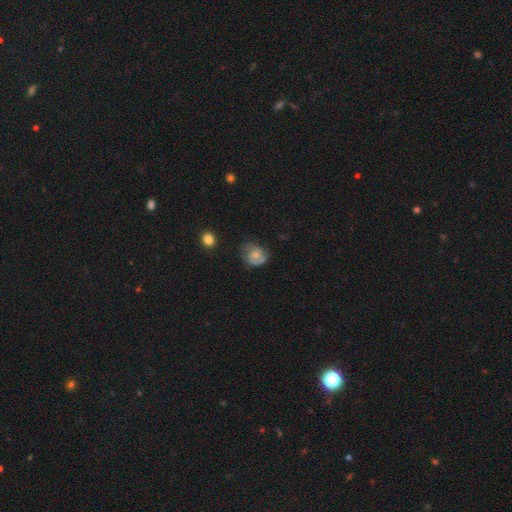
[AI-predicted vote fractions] smooth-or-featured: featured or disk: 55% | smooth: 37% | star or artifact: 8%
  disk-edge-on: no: 98% | yes: 2%
    bar: no: 68% | weak: 28% | strong: 4%
    has-spiral-arms: yes: 84% | no: 16%
    bulge-size: moderate: 44% | small: 39% | none: 10% | large: 5% | dominant: 1%
  merging: none: 60% | minor disturbance: 26% | major disturbance: 12% | merger: 2%